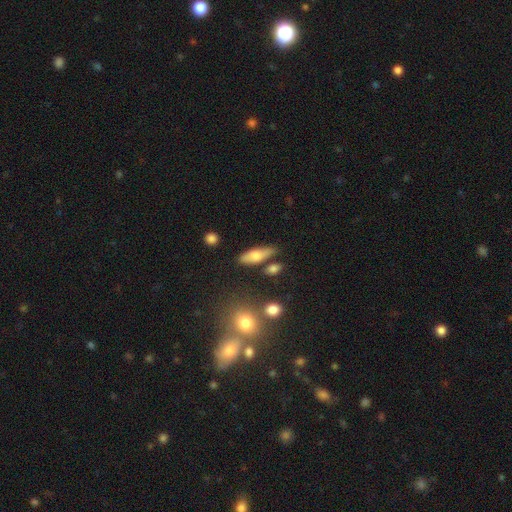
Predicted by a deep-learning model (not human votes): This appears to be a smooth galaxy with no disk features (68%) that is in between round and cigar-shaped (58%). Merging: none (73%).